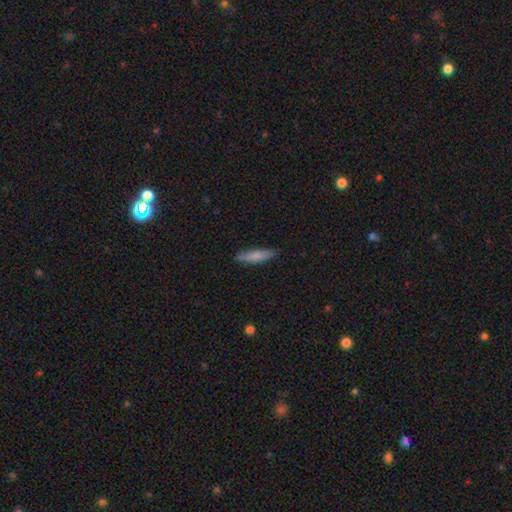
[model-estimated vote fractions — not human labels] Smooth or featured? smooth (78%)
How rounded? cigar-shaped (79%)
Merging? none (82%)